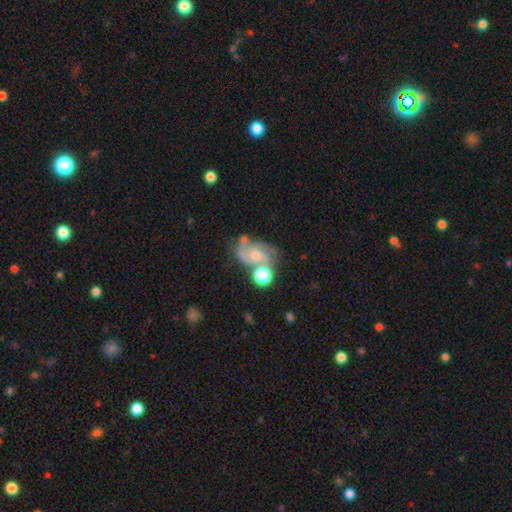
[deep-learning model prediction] featured or disk 74%, smooth 16%, star or artifact 10%. Down the decision tree: edge-on disk — no (97%); bar — no (65%); spiral arms — yes (92%); spiral arm count — 2 (72%); spiral winding — medium (52%); bulge size — moderate (53%); merging — none (49%).